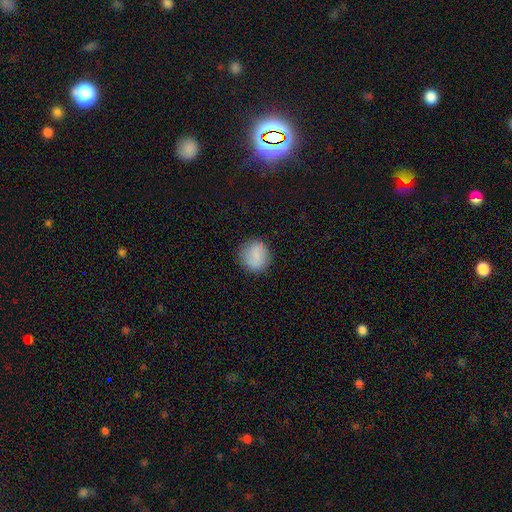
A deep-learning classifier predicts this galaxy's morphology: smooth_or_featured: smooth (p=0.84) [alt: star or artifact p=0.09]
how_rounded: round (p=0.86) [alt: in between p=0.13]
merging: none (p=0.85) [alt: minor disturbance p=0.11]